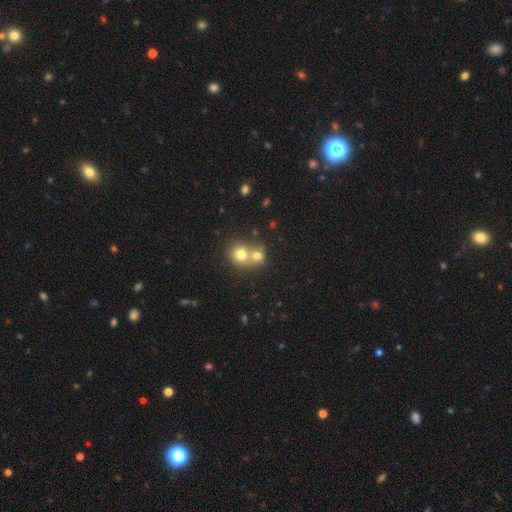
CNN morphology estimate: Smooth or featured?
  - smooth: 65% *
  - star or artifact: 20%
  - featured or disk: 16%
How rounded?
  - round: 83% *
  - in between: 16%
  - cigar-shaped: 1%
Merging?
  - merger: 52% *
  - none: 40%
  - minor disturbance: 6%
  - major disturbance: 2%